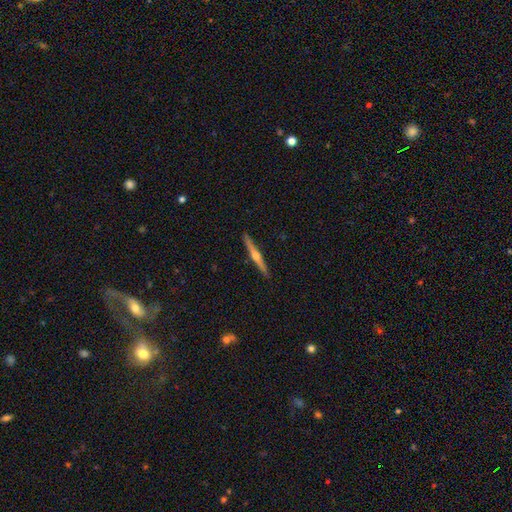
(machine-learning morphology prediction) The model was most divided on "smooth or featured": featured or disk: 73%, smooth: 22%, star or artifact: 5%. More confident: edge-on disk — yes (98%); merging — none (92%); edge-on bulge — rounded (91%).